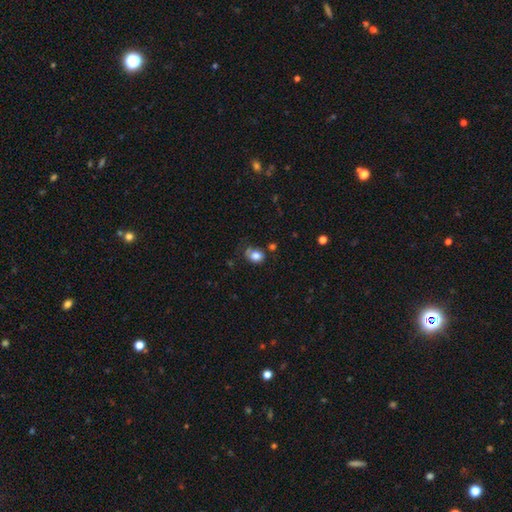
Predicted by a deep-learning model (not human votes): The model was most divided on "how rounded": in between: 54%, round: 45%, cigar-shaped: 1%. More confident: smooth or featured — smooth (79%); merging — none (54%).